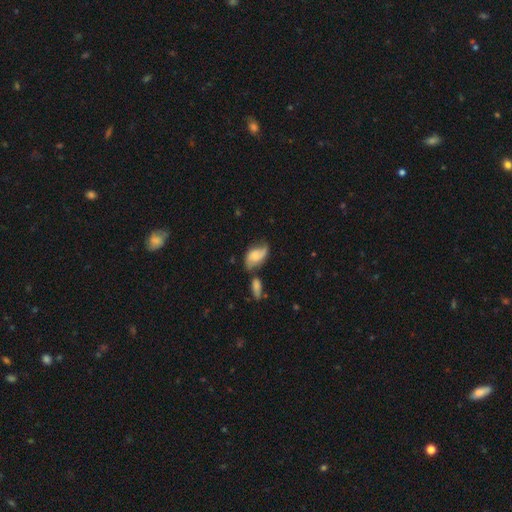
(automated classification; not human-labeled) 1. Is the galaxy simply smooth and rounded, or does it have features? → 48% featured or disk, 45% smooth, 8% star or artifact.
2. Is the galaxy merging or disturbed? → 35% none, 26% merger, 25% minor disturbance, 14% major disturbance.